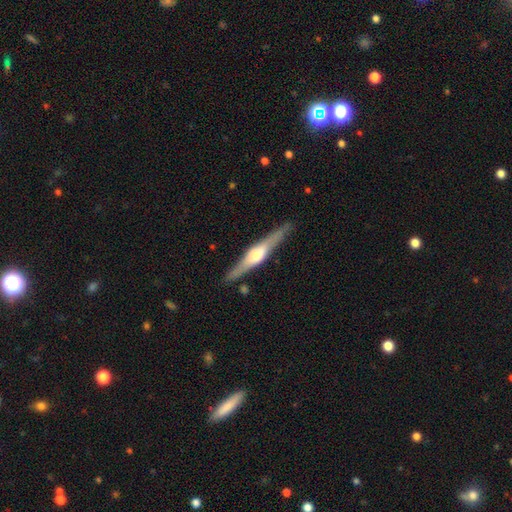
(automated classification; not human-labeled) Smooth or featured? featured or disk (74%)
Edge-on disk? yes (97%)
Edge-on bulge? rounded (85%)
Merging? none (87%)